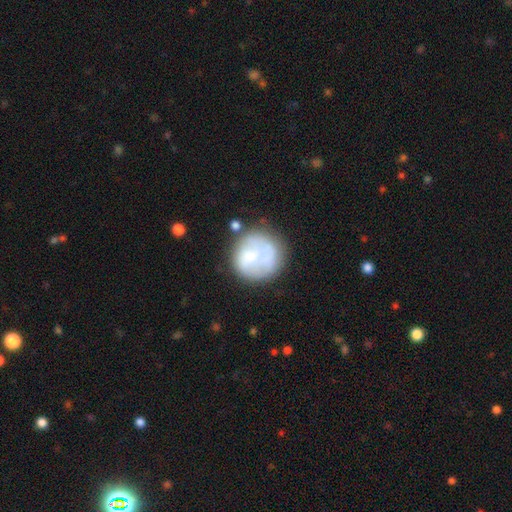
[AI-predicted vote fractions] smooth 54%, featured or disk 38%, star or artifact 8%. Down the decision tree: how rounded — round (89%); merging — none (57%).